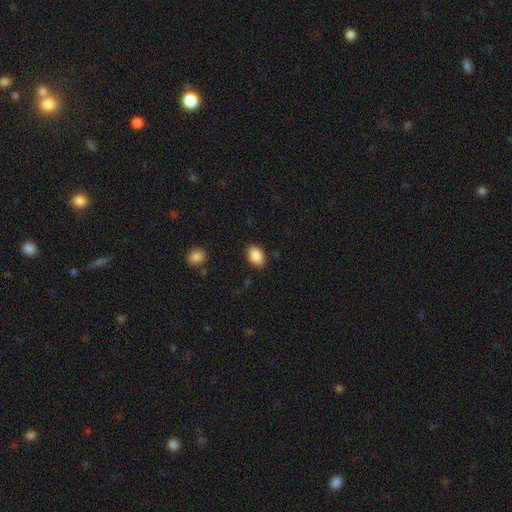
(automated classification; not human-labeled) Morphology: type=smooth (88%); roundness=in between (89%); merging=none (86%).